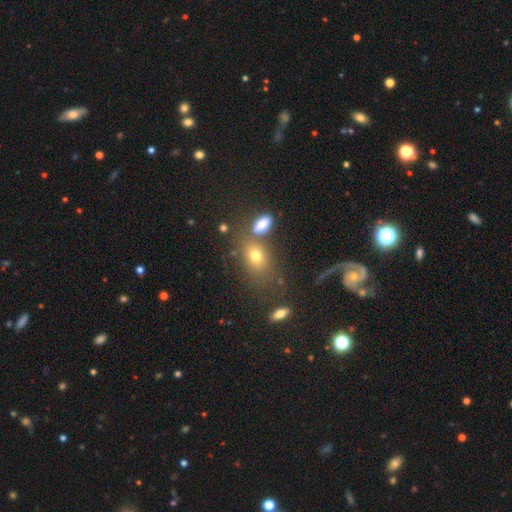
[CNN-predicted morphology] This appears to be a smooth galaxy with no disk features (68%) that is in between round and cigar-shaped (75%). Merging: none (55%).